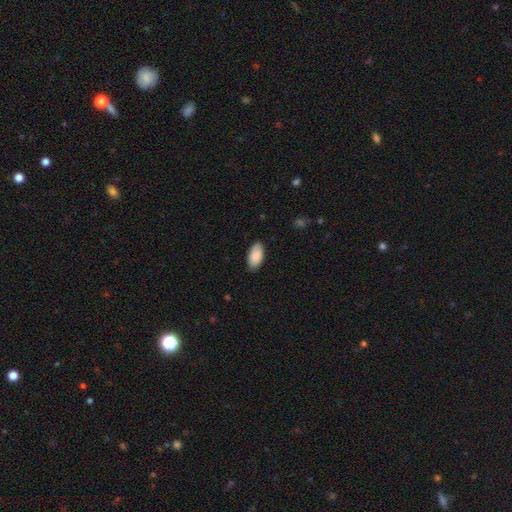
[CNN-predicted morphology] This is clearly a smooth galaxy (89%). How rounded: clearly in between (95%). Merging: clearly none (84%).